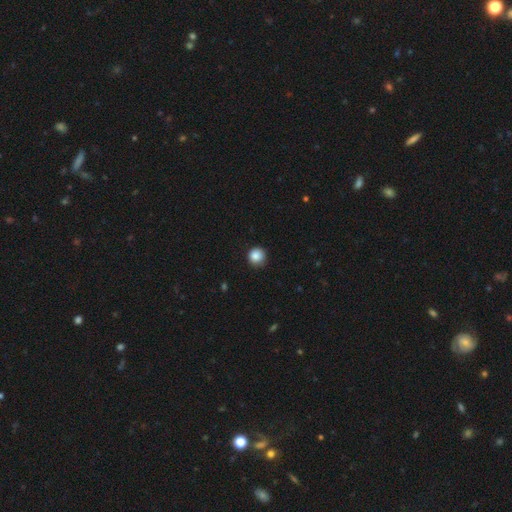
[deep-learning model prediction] Q: Smooth or featured?
A: smooth (86%); runner-up: star or artifact (10%)
Q: How rounded?
A: round (95%); runner-up: in between (4%)
Q: Merging?
A: none (86%); runner-up: minor disturbance (11%)